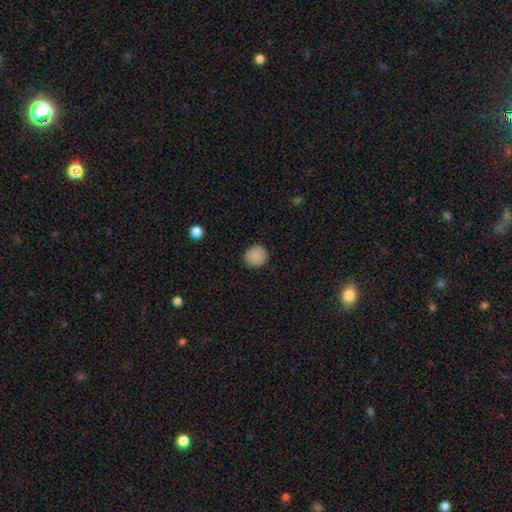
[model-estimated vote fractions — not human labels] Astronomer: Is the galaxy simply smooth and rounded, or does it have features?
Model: smooth — 88%.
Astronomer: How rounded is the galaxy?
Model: round — 92%.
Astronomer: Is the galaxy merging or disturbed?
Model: none — 91%.